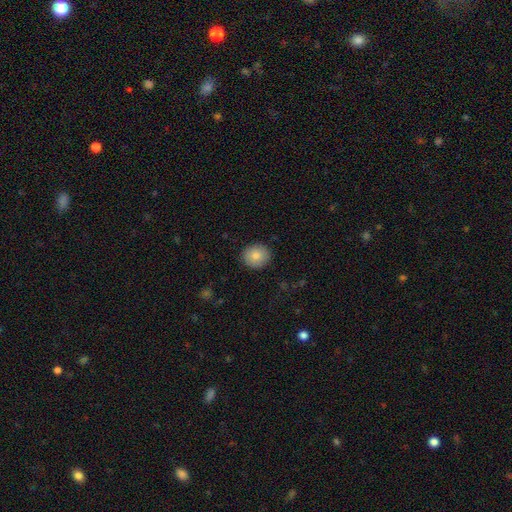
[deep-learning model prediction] smooth_or_featured: smooth (p=0.85) [alt: featured or disk p=0.07]
how_rounded: round (p=0.82) [alt: in between p=0.18]
merging: none (p=0.90) [alt: minor disturbance p=0.07]